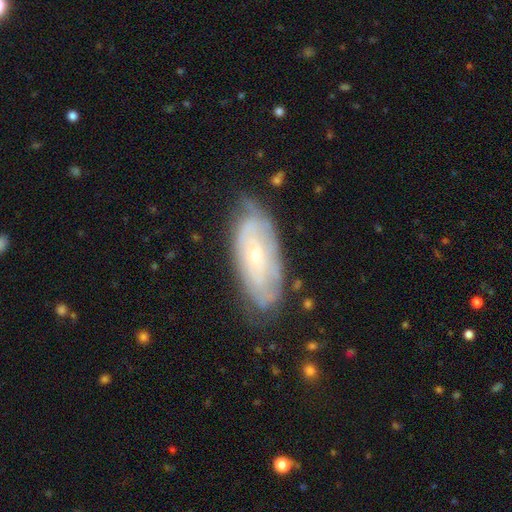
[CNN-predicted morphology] featured or disk 67%, smooth 27%, star or artifact 6%. Down the decision tree: edge-on disk — no (88%); bar — no (76%); spiral arms — yes (72%); bulge size — small (72%); merging — none (69%).